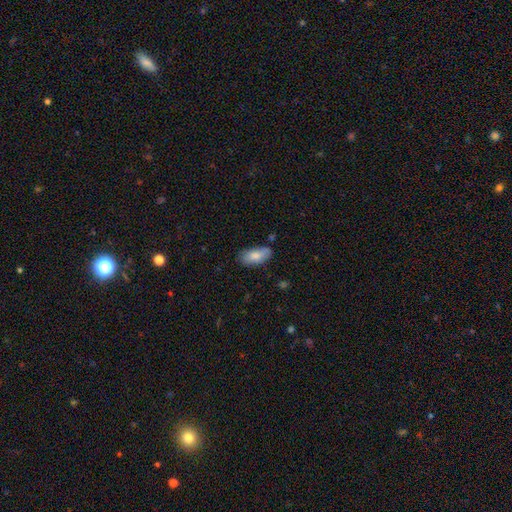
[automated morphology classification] Smooth or featured? smooth (81%)
How rounded? in between (89%)
Merging? none (73%)